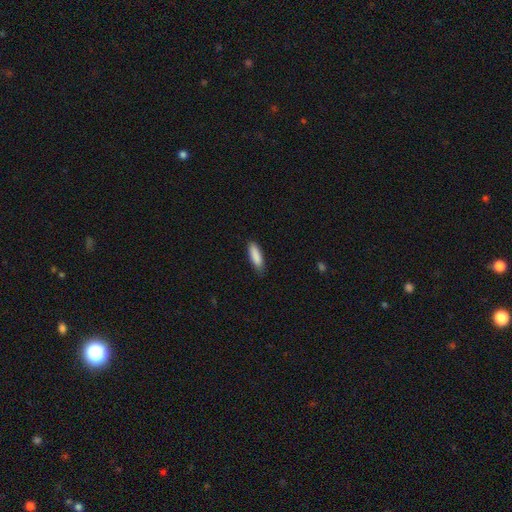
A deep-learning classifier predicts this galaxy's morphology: Smooth or featured? smooth (89%)
How rounded? cigar-shaped (54%)
Merging? none (84%)